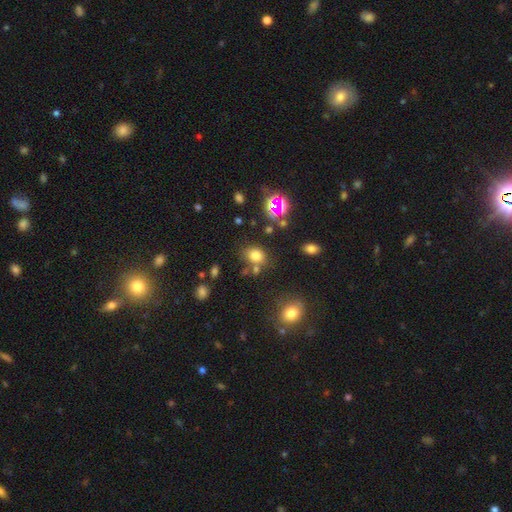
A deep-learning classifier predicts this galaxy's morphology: smooth-or-featured: smooth: 72% | star or artifact: 19% | featured or disk: 9%
  how-rounded: in between: 52% | round: 47% | cigar-shaped: 1%
  merging: none: 68% | merger: 13% | minor disturbance: 13% | major disturbance: 5%